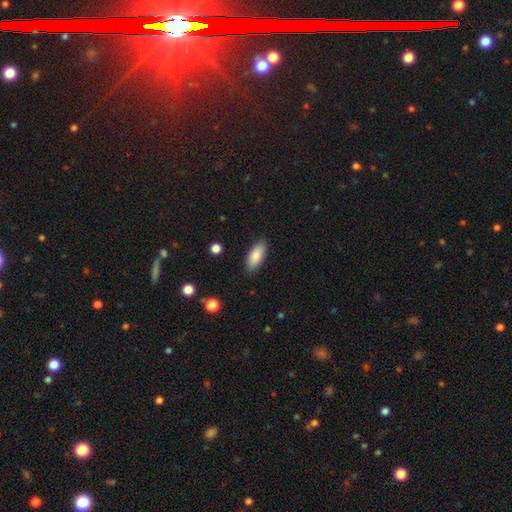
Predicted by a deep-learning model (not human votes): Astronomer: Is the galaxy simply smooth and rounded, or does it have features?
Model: smooth — 86%.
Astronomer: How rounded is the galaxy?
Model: in between — 80%.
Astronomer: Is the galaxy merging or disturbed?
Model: none — 87%.